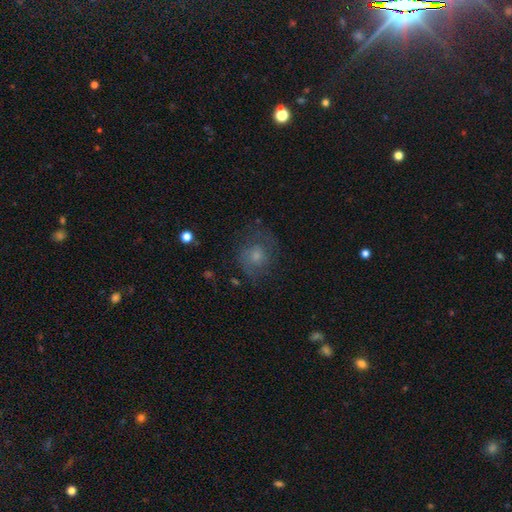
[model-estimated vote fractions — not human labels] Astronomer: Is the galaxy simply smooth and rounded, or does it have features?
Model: smooth — 51% (runner-up: featured or disk, 35%).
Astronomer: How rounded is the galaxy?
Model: round — 76%.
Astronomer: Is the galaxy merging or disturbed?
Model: none — 63%.